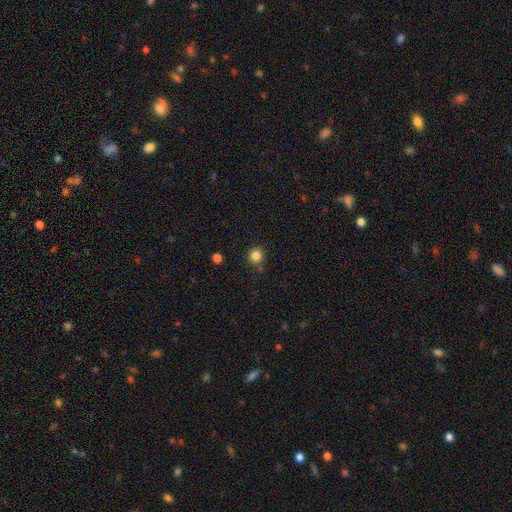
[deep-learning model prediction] smooth-or-featured: smooth: 84% | star or artifact: 12% | featured or disk: 4%
  how-rounded: round: 90% | in between: 9% | cigar-shaped: 1%
  merging: none: 83% | minor disturbance: 10% | merger: 4% | major disturbance: 3%